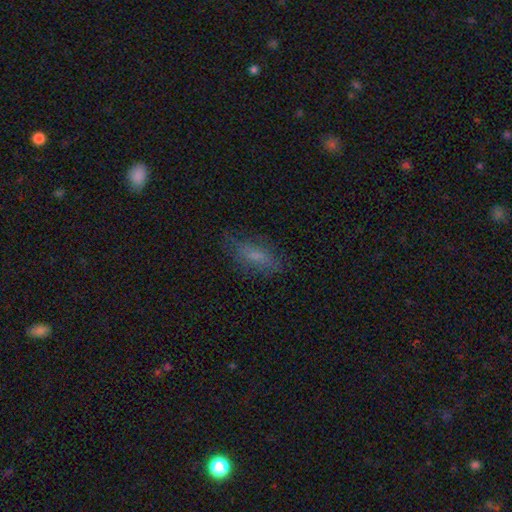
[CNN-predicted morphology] Smooth or featured: smooth — 62% (featured or disk — 26%)
How rounded: in between — 68% (cigar-shaped — 28%)
Merging: none — 70% (minor disturbance — 20%)